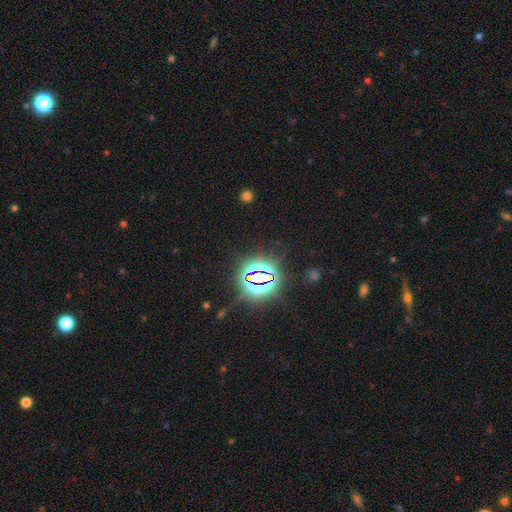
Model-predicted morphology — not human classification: Smooth or featured? Predicted: star or artifact (p=0.82).